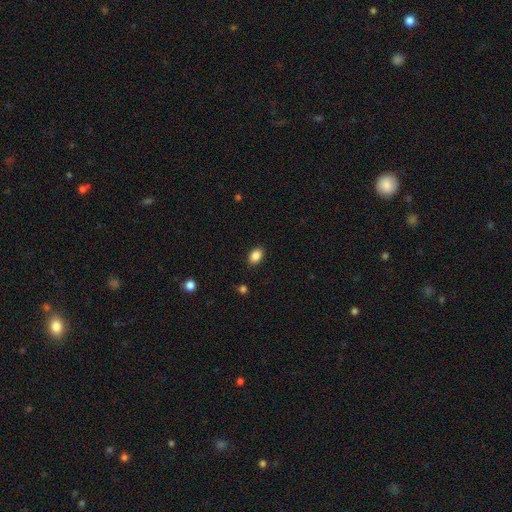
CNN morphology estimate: smooth 87%, star or artifact 9%, featured or disk 4%. Down the decision tree: how rounded — in between (83%); merging — none (88%).